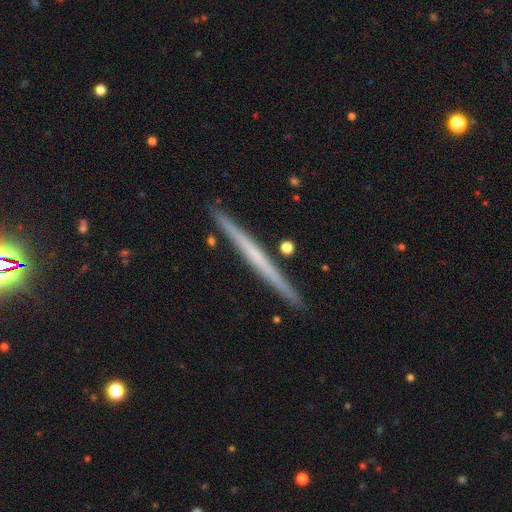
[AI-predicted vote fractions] Overall: featured or disk (57%; smooth 37%). Edge-on disk: yes (98%). Edge-on bulge: none (87%). Merging: none (91%).